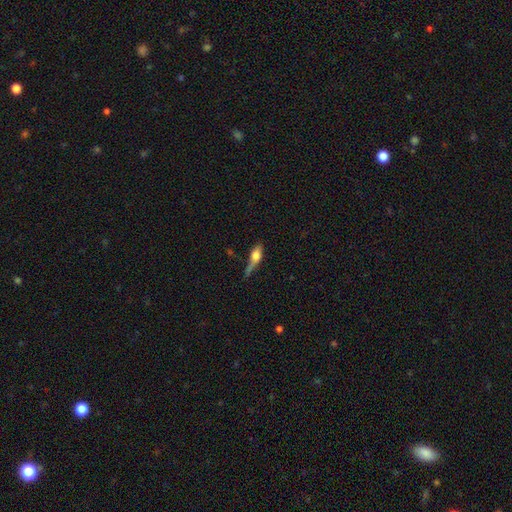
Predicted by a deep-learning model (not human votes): This is possibly a smooth galaxy (55%). How rounded: possibly in between (48%). Merging: marginally none (38%).